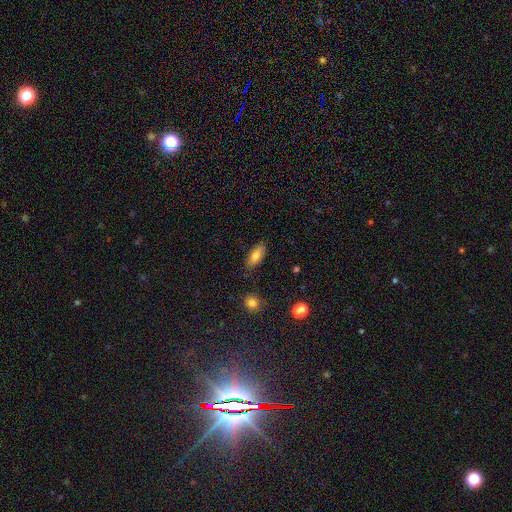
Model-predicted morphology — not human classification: Smooth or featured?
  - smooth: 77% *
  - featured or disk: 16%
  - star or artifact: 8%
How rounded?
  - in between: 79% *
  - cigar-shaped: 18%
  - round: 3%
Merging?
  - none: 84% *
  - minor disturbance: 12%
  - major disturbance: 2%
  - merger: 2%